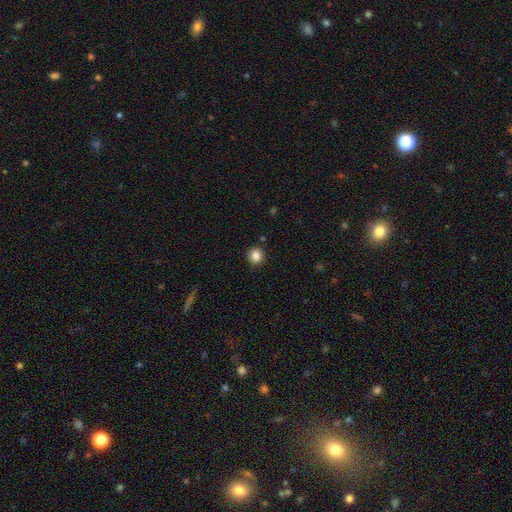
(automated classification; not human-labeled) This is clearly a smooth galaxy (84%). How rounded: clearly round (92%). Merging: clearly none (91%).